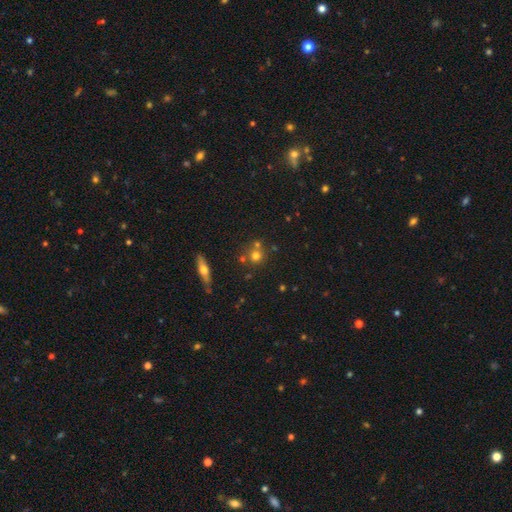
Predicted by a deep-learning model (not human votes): The model was most divided on "merging": none: 60%, merger: 27%, minor disturbance: 9%, major disturbance: 3%. More confident: how rounded — round (90%); smooth or featured — smooth (65%).